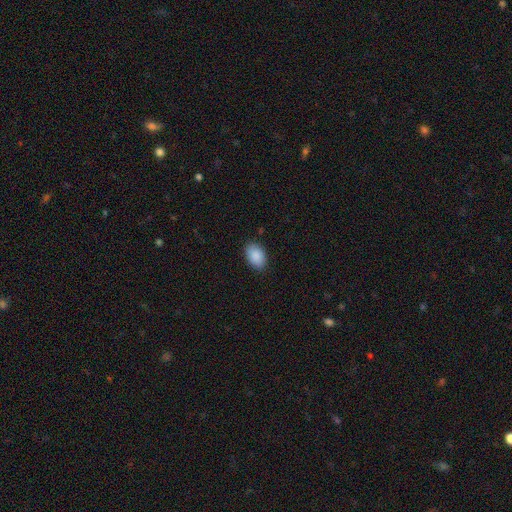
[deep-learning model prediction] This is clearly a smooth galaxy (90%). How rounded: clearly in between (88%). Merging: clearly none (85%).